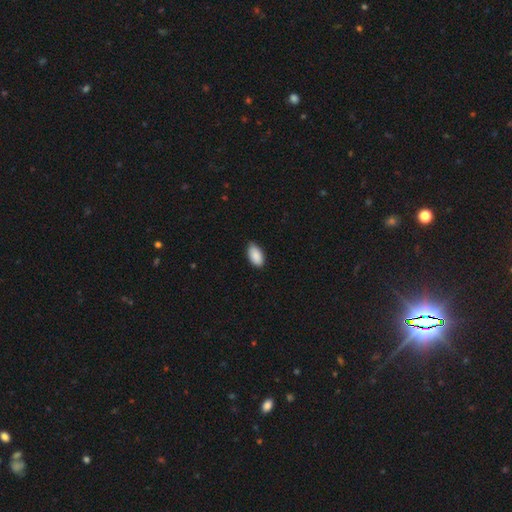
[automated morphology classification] Smooth or featured?
  - smooth: 90% *
  - star or artifact: 6%
  - featured or disk: 4%
How rounded?
  - in between: 95% *
  - cigar-shaped: 3%
  - round: 3%
Merging?
  - none: 79% *
  - minor disturbance: 18%
  - major disturbance: 2%
  - merger: 1%